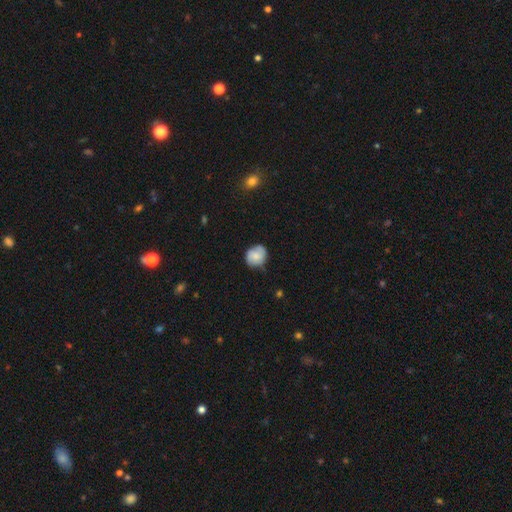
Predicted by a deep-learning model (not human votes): This appears to be a smooth galaxy with no disk features (69%) that is round (70%). Merging: none (67%).